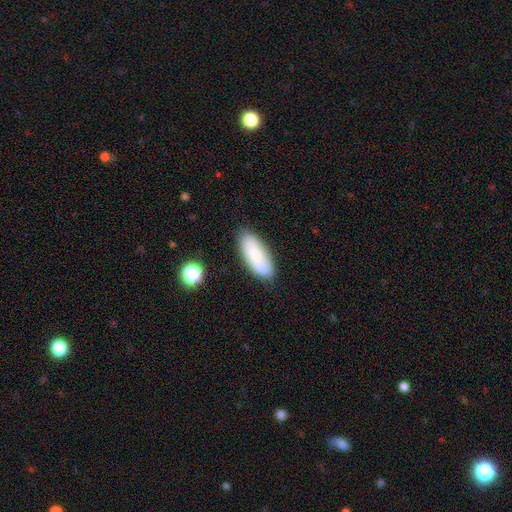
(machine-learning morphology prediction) A smooth galaxy with no disk features (78%) that is in between round and cigar-shaped (80%).

Vote fractions:
- Smooth or featured? smooth: 78% / featured or disk: 15% / star or artifact: 7%
- How rounded? in between: 80% / cigar-shaped: 18% / round: 2%
- Merging? none: 83% / minor disturbance: 12% / major disturbance: 3% / merger: 2%